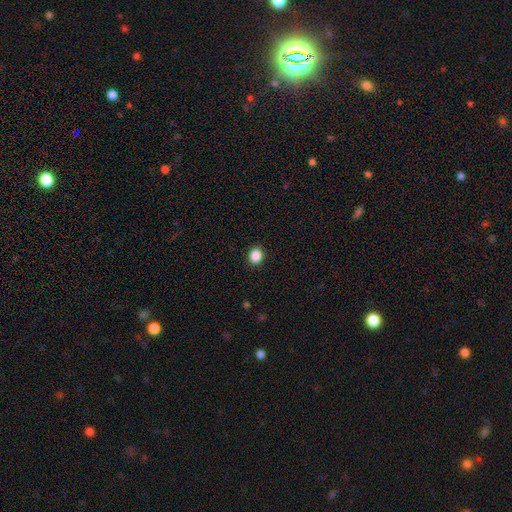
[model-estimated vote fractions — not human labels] Smooth or featured? smooth (87%)
How rounded? round (78%)
Merging? none (92%)